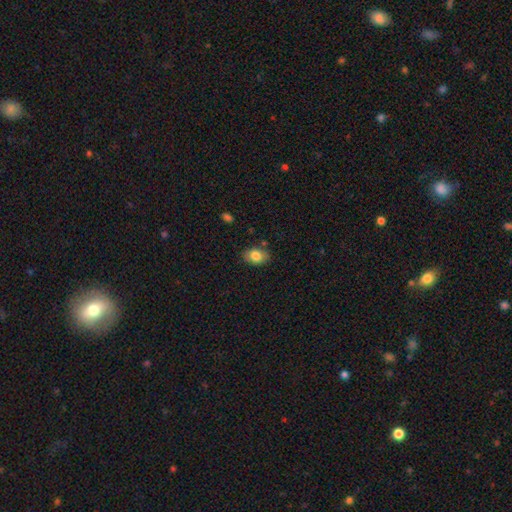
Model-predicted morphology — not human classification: smooth_or_featured: smooth (p=0.82) [alt: featured or disk p=0.10]
how_rounded: in between (p=0.77) [alt: round p=0.21]
merging: none (p=0.81) [alt: minor disturbance p=0.14]